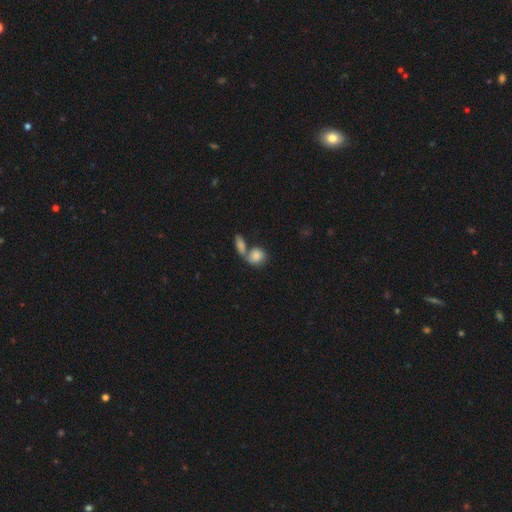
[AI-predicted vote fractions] Morphology: type=smooth (82%); roundness=round (54%); merging=merger (55%).